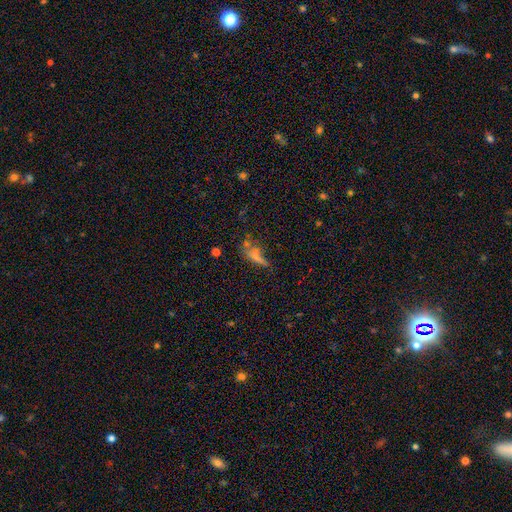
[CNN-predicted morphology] A smooth galaxy with no disk features (53%) that is cigar-shaped (52%).

Vote fractions:
- Smooth or featured? smooth: 53% / featured or disk: 27% / star or artifact: 21%
- How rounded? cigar-shaped: 52% / in between: 40% / round: 7%
- Merging? none: 41% / minor disturbance: 22% / major disturbance: 22% / merger: 15%